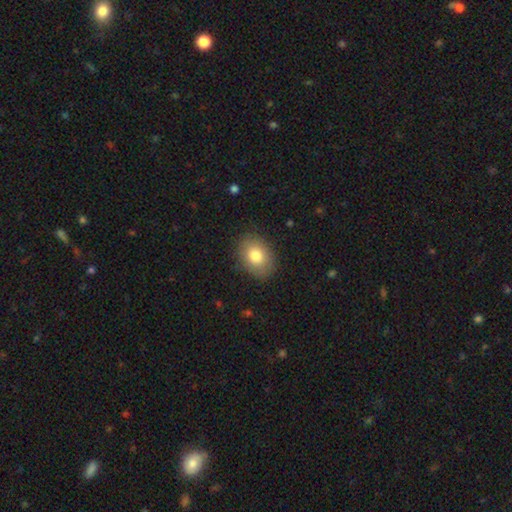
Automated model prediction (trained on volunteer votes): smooth-or-featured: smooth: 80% | featured or disk: 12% | star or artifact: 8%
  how-rounded: in between: 68% | round: 31% | cigar-shaped: 1%
  merging: none: 84% | minor disturbance: 11% | major disturbance: 3% | merger: 1%